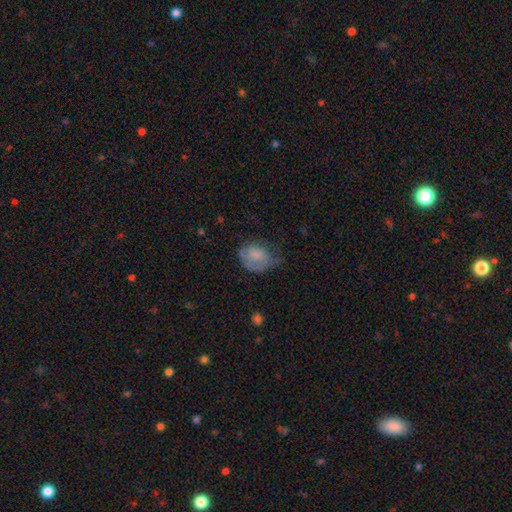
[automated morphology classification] Smooth or featured? Predicted: smooth (p=0.67). How rounded? Predicted: in between (p=0.56). Merging? Predicted: none (p=0.39).